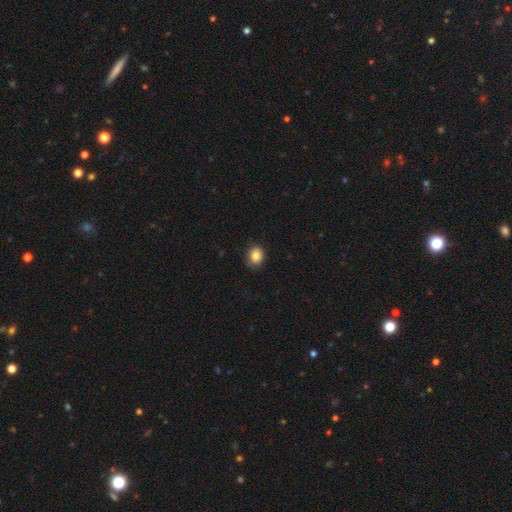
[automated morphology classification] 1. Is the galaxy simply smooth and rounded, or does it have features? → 85% smooth, 9% star or artifact, 6% featured or disk.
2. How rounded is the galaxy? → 51% in between, 48% round, 1% cigar-shaped.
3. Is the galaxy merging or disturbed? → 82% none, 14% minor disturbance, 3% major disturbance, 1% merger.